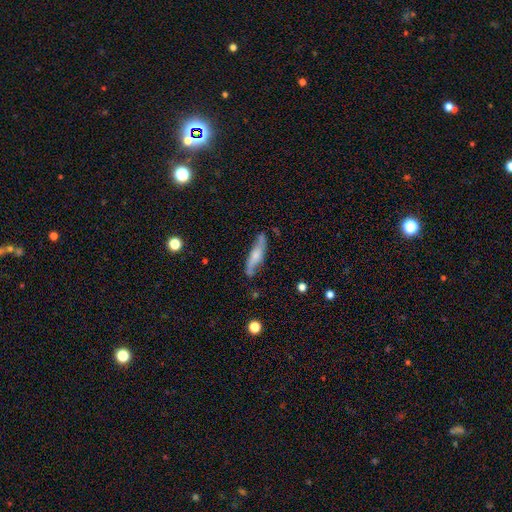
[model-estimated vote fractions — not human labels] This is possibly a smooth galaxy (48%). Merging: likely none (72%).